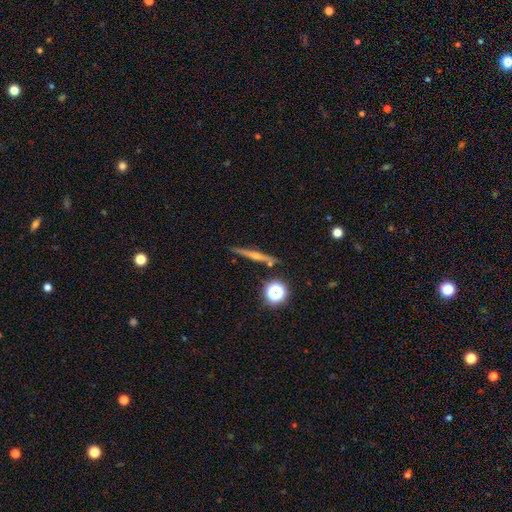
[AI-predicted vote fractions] smooth-or-featured: featured or disk: 57% | smooth: 31% | star or artifact: 12%
  disk-edge-on: yes: 96% | no: 4%
    edge-on-bulge: rounded: 72% | none: 21% | boxy: 7%
  merging: none: 86% | minor disturbance: 8% | merger: 3% | major disturbance: 2%